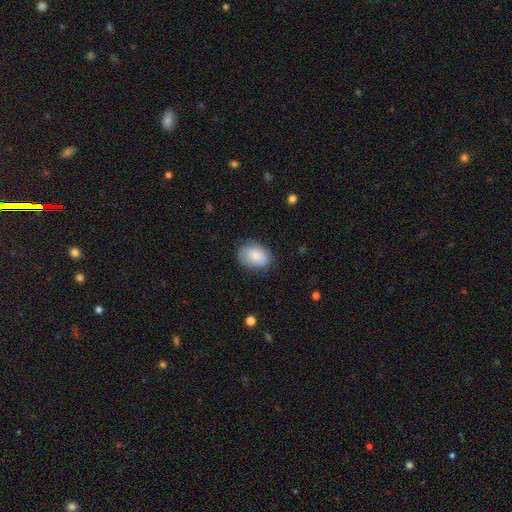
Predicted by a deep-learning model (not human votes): Q: Smooth or featured?
A: smooth (82%); runner-up: featured or disk (11%)
Q: How rounded?
A: in between (80%); runner-up: round (19%)
Q: Merging?
A: none (77%); runner-up: minor disturbance (17%)